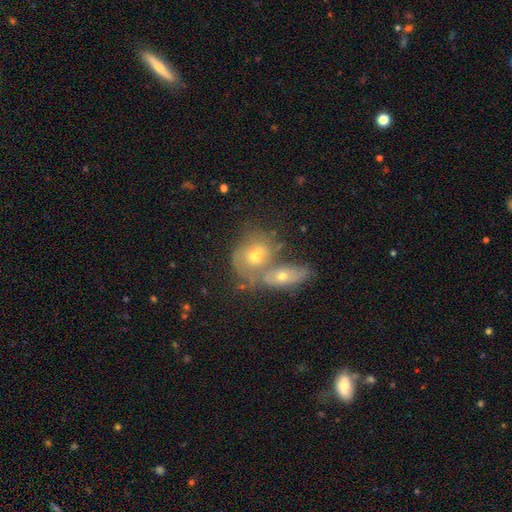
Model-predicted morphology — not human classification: Smooth or featured? featured or disk (46%)
Merging? merger (57%)